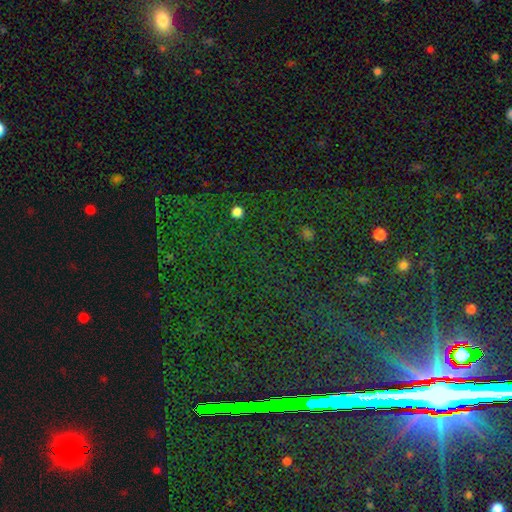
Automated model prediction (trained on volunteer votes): Smooth or featured: star or artifact — 83% (featured or disk — 9%)